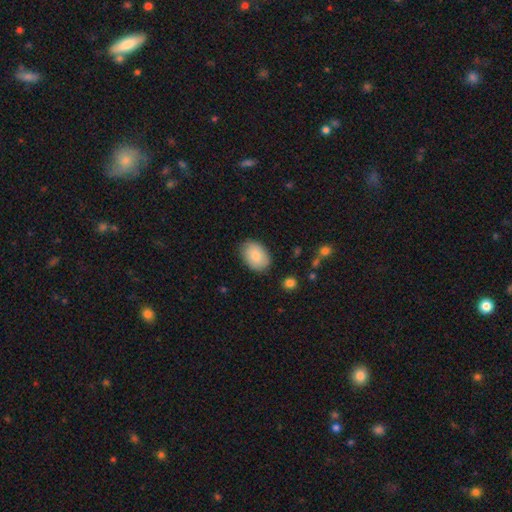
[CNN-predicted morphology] Overall: smooth (84%). How rounded: in between (83%). Merging: none (84%).